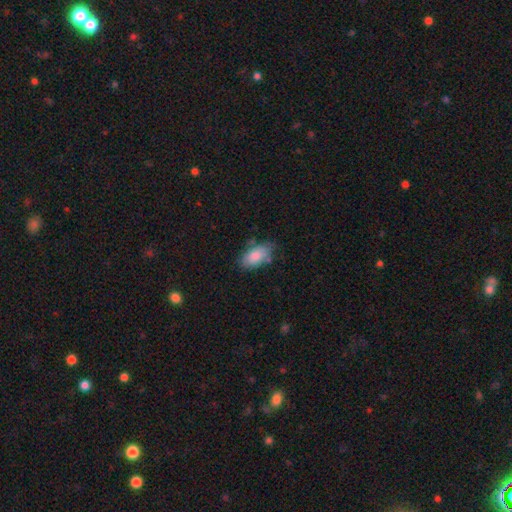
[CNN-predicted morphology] Smooth or featured: smooth — 83% (featured or disk — 11%)
How rounded: in between — 93% (round — 4%)
Merging: none — 67% (minor disturbance — 23%)